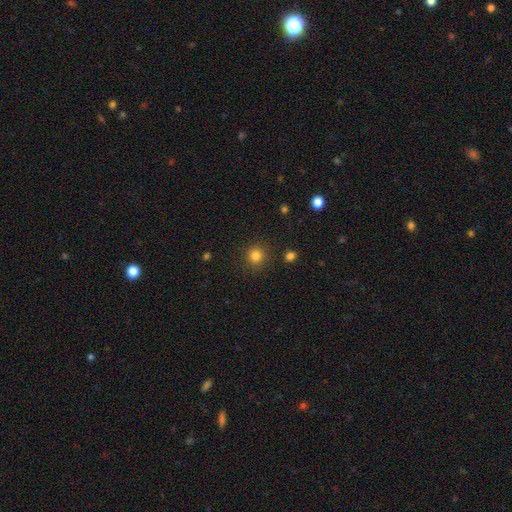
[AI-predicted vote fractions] Morphology: type=smooth (82%); roundness=round (92%); merging=none (88%).